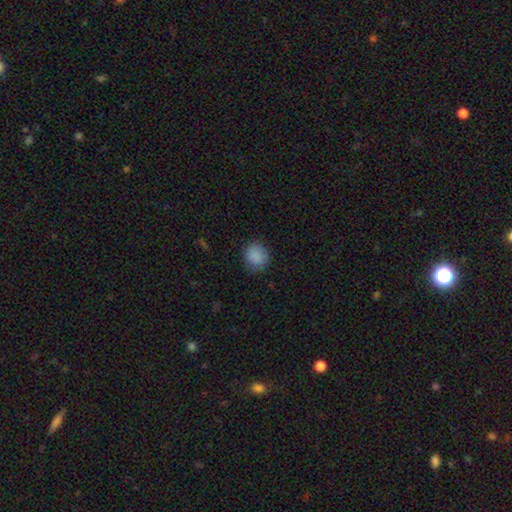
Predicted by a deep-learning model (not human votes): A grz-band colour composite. It shows a smooth galaxy with no disk features (88%) that is round (81%). Merging: none (85%).